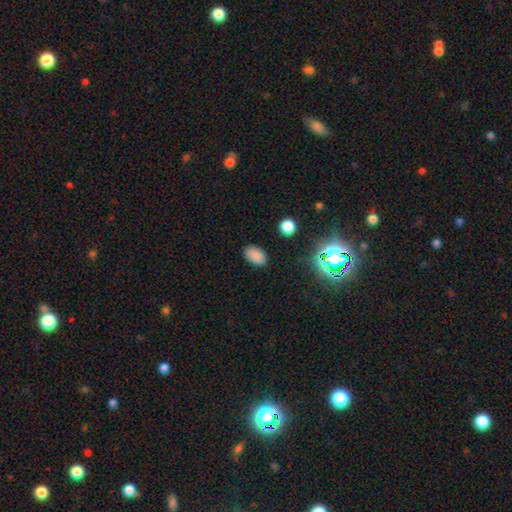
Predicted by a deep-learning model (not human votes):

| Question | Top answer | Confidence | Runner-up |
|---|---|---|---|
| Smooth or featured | smooth | 81% | star or artifact (14%) |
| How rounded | in between | 91% | round (8%) |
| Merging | none | 85% | minor disturbance (11%) |